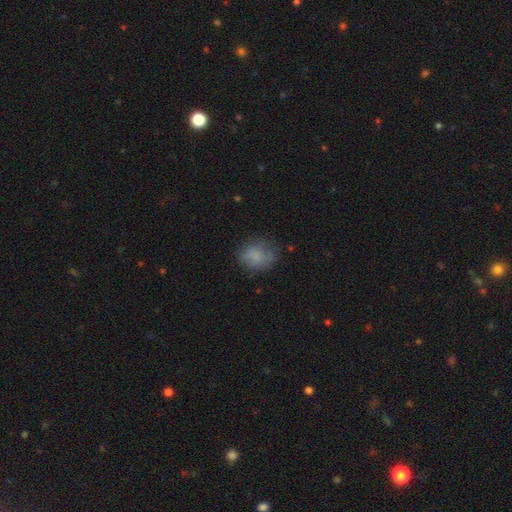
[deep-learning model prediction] The model was most divided on "how rounded": in between: 50%, round: 49%, cigar-shaped: 1%. More confident: smooth or featured — smooth (75%); merging — none (63%).